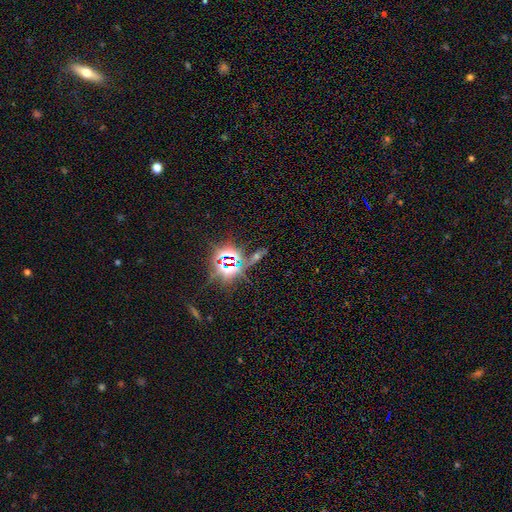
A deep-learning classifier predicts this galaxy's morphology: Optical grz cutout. It shows a star or artifact, not a galaxy (71%).